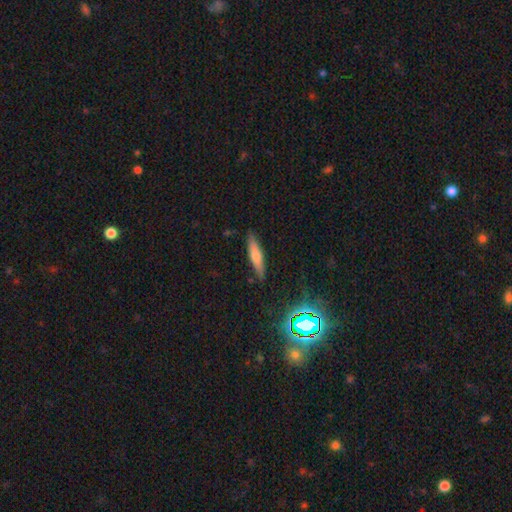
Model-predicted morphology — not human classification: Overall: smooth (58%; featured or disk 34%). How rounded: cigar-shaped (82%). Merging: none (87%).